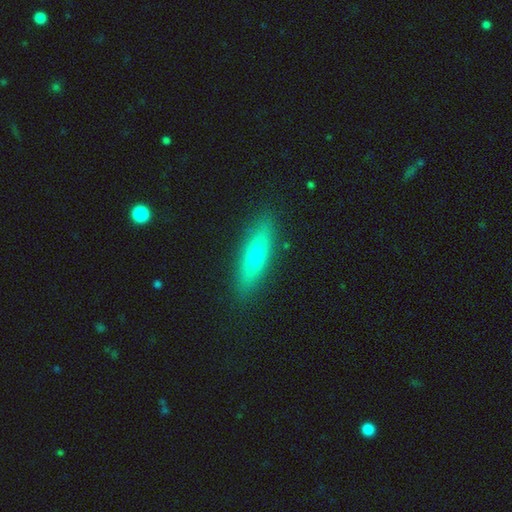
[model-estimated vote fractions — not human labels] A smooth galaxy with no disk features (61%) that is cigar-shaped (73%).

Vote fractions:
- Smooth or featured? smooth: 61% / featured or disk: 31% / star or artifact: 7%
- How rounded? cigar-shaped: 73% / in between: 24% / round: 2%
- Merging? none: 88% / minor disturbance: 8% / major disturbance: 2% / merger: 1%